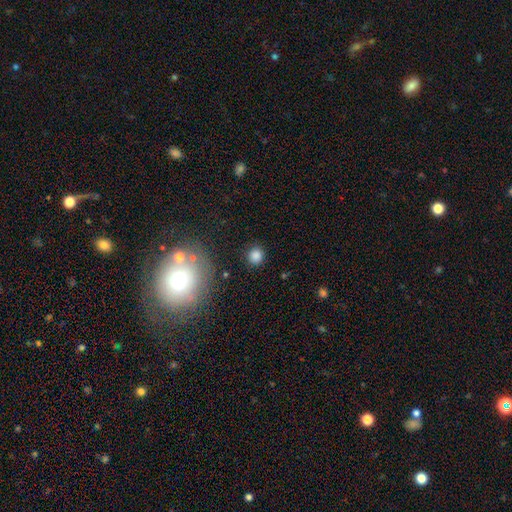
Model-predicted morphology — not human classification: Smooth or featured: smooth — 82% (star or artifact — 13%)
How rounded: round — 91% (in between — 8%)
Merging: none — 86% (minor disturbance — 8%)